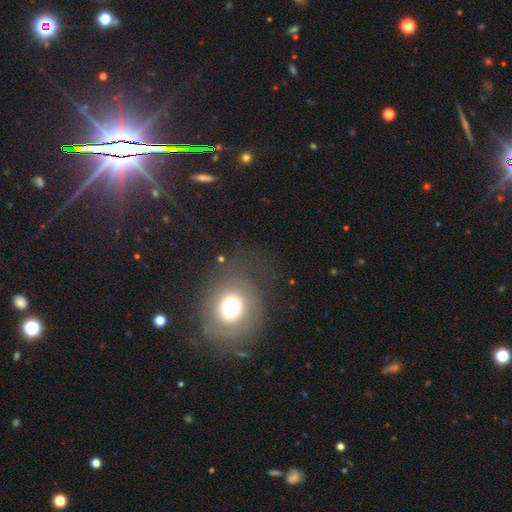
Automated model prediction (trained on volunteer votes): This is marginally a star or artifact rather than a galaxy (37%).